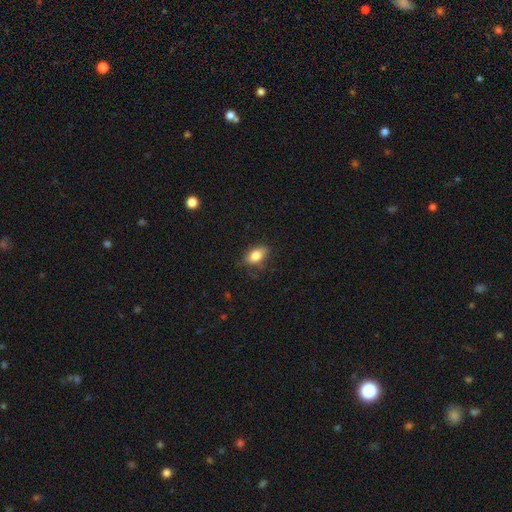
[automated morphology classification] The model was most divided on "merging": none: 72%, minor disturbance: 21%, major disturbance: 5%, merger: 2%. More confident: how rounded — in between (87%); smooth or featured — smooth (81%).